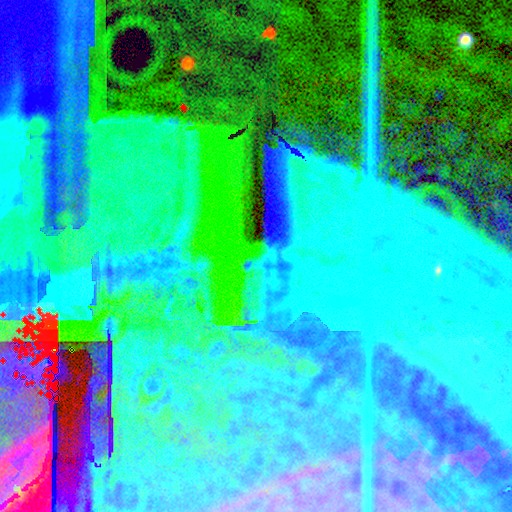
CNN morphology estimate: Smooth or featured? Predicted: star or artifact (p=0.83).